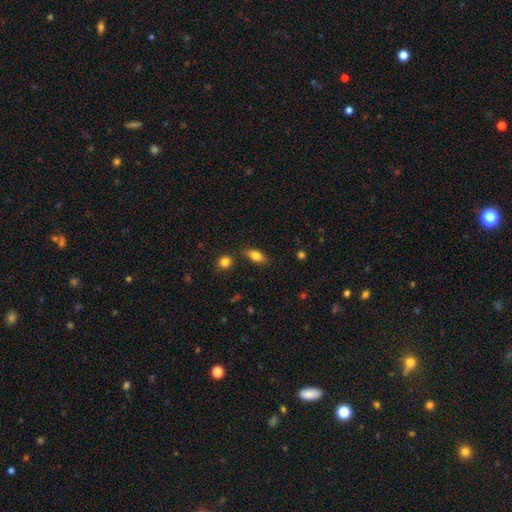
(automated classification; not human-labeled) Q: Smooth or featured?
A: smooth (78%); runner-up: featured or disk (13%)
Q: How rounded?
A: in between (82%); runner-up: cigar-shaped (11%)
Q: Merging?
A: none (78%); runner-up: minor disturbance (14%)